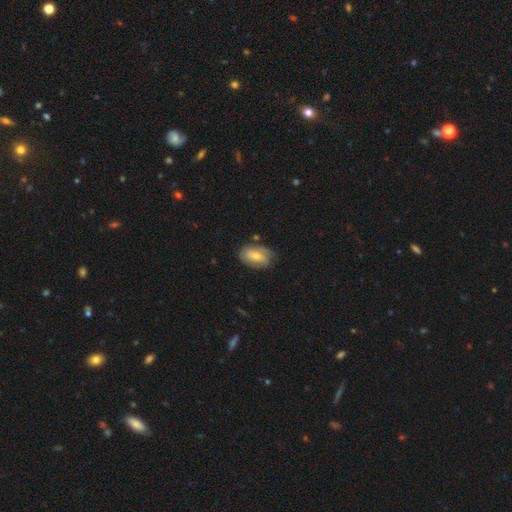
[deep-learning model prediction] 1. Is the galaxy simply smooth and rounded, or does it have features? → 61% smooth, 32% featured or disk, 7% star or artifact.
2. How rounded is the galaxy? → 88% in between, 10% round, 2% cigar-shaped.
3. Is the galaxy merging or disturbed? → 65% none, 26% minor disturbance, 7% major disturbance, 3% merger.